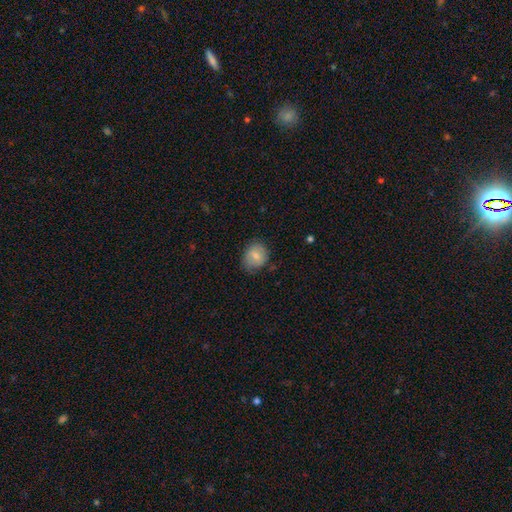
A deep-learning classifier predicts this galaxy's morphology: smooth-or-featured: smooth: 71% | featured or disk: 21% | star or artifact: 8%
  how-rounded: round: 57% | in between: 42% | cigar-shaped: 1%
  merging: none: 63% | minor disturbance: 28% | major disturbance: 8% | merger: 1%